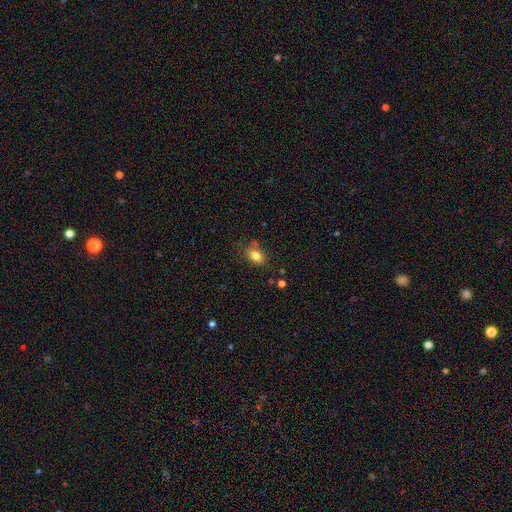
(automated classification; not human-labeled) A smooth galaxy with no disk features (82%) that is in between round and cigar-shaped (73%). Merging: none (76%).